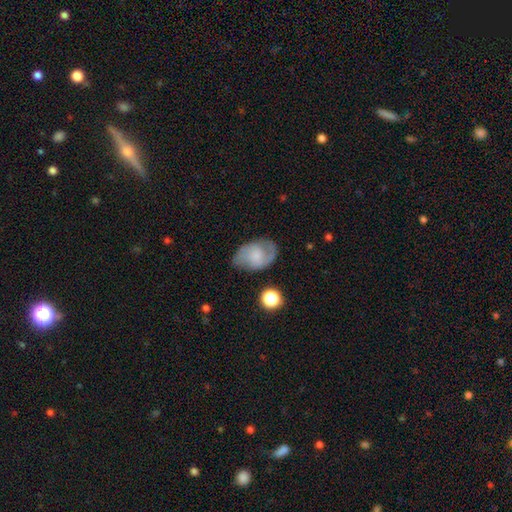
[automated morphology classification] A featured or disk galaxy (54%) with no bar (62%), spiral arms (85%) and a small central bulge (43%).

Vote fractions:
- Smooth or featured? featured or disk: 54% / smooth: 38% / star or artifact: 8%
- Edge-on disk? no: 96% / yes: 4%
- Bar? no: 62% / weak: 32% / strong: 6%
- Spiral arms? yes: 85% / no: 15%
- Bulge size? small: 43% / none: 26% / moderate: 22% / large: 7% / dominant: 2%
- Merging? none: 65% / minor disturbance: 24% / major disturbance: 10% / merger: 2%